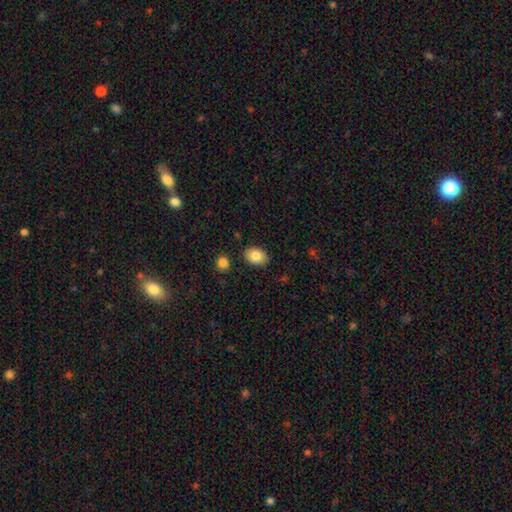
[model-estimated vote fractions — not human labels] The model was most divided on "how rounded": in between: 82%, round: 17%, cigar-shaped: 1%. More confident: merging — none (87%); smooth or featured — smooth (85%).